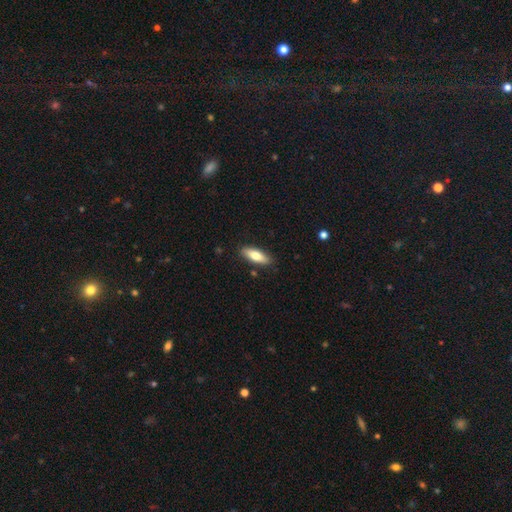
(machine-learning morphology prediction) Smooth or featured? smooth (73%)
How rounded? in between (61%)
Merging? none (87%)